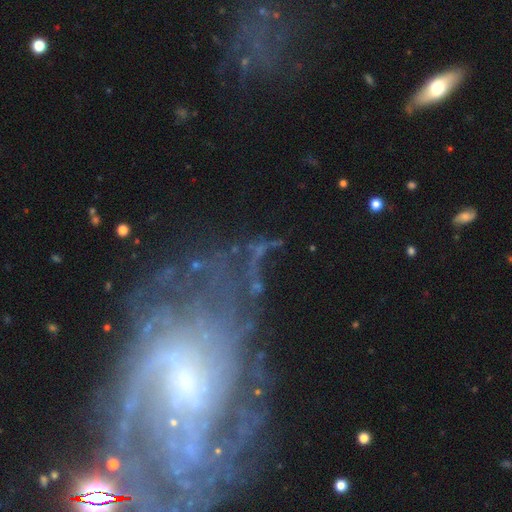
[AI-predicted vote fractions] A featured or disk galaxy (66%) with no bar (61%), spiral arms (73%) and a small central bulge (55%).

Vote fractions:
- Smooth or featured? featured or disk: 66% / star or artifact: 20% / smooth: 14%
- Edge-on disk? no: 92% / yes: 8%
- Bar? no: 61% / weak: 24% / strong: 15%
- Spiral arms? yes: 73% / no: 27%
- Bulge size? small: 55% / moderate: 22% / none: 14% / large: 6% / dominant: 3%
- Merging? none: 58% / major disturbance: 19% / minor disturbance: 17% / merger: 5%